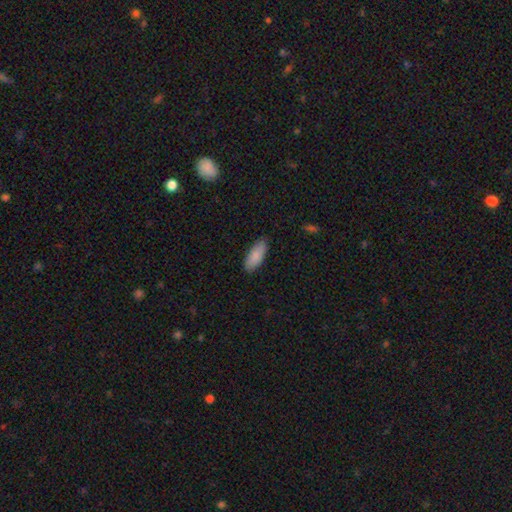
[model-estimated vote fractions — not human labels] This appears to be a smooth galaxy with no disk features (87%) that is in between round and cigar-shaped (77%). Merging: none (86%).